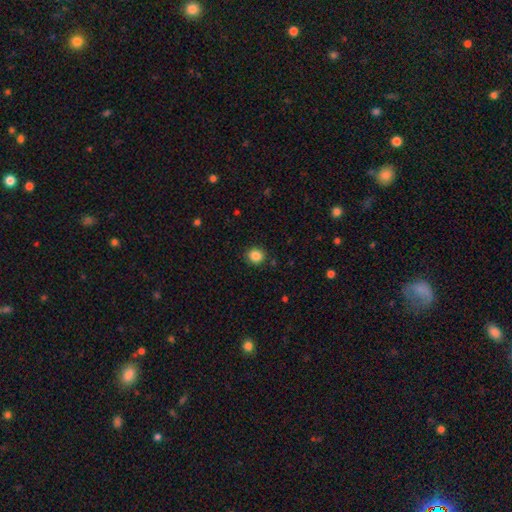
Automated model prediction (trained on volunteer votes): Smooth or featured?
  - smooth: 86% *
  - star or artifact: 10%
  - featured or disk: 4%
How rounded?
  - round: 87% *
  - in between: 12%
  - cigar-shaped: 1%
Merging?
  - none: 90% *
  - minor disturbance: 7%
  - major disturbance: 2%
  - merger: 1%